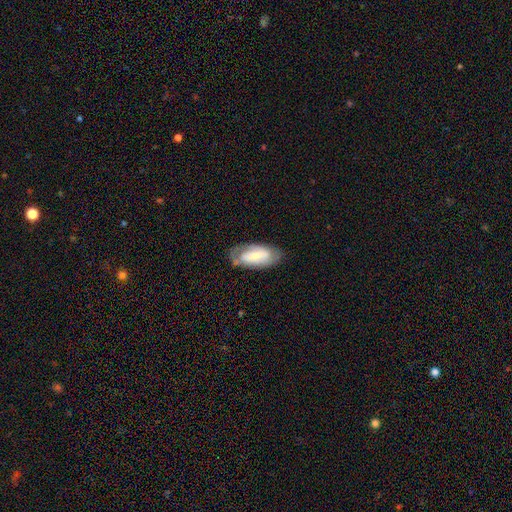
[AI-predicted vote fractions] A featured or disk galaxy (48%).

Vote fractions:
- Smooth or featured? featured or disk: 48% / smooth: 46% / star or artifact: 6%
- Merging? none: 67% / minor disturbance: 23% / major disturbance: 8% / merger: 3%